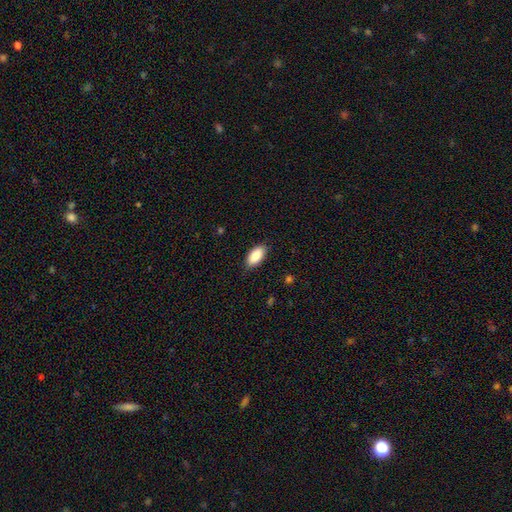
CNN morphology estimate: smooth-or-featured: smooth: 89% | star or artifact: 6% | featured or disk: 5%
  how-rounded: in between: 93% | cigar-shaped: 5% | round: 2%
  merging: none: 85% | minor disturbance: 11% | major disturbance: 2% | merger: 1%